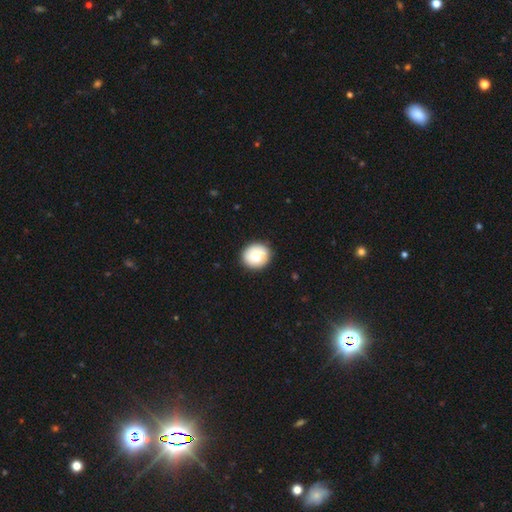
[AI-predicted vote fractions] smooth 79%, featured or disk 14%, star or artifact 7%. Down the decision tree: how rounded — round (82%); merging — none (86%).